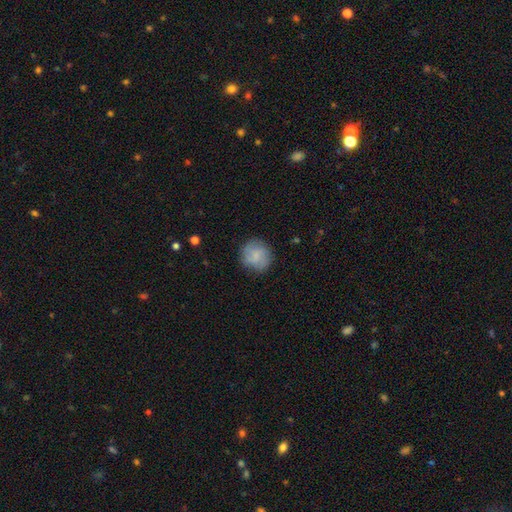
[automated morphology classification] This appears to be a smooth galaxy with no disk features (72%) that is round (89%). Merging: none (78%).